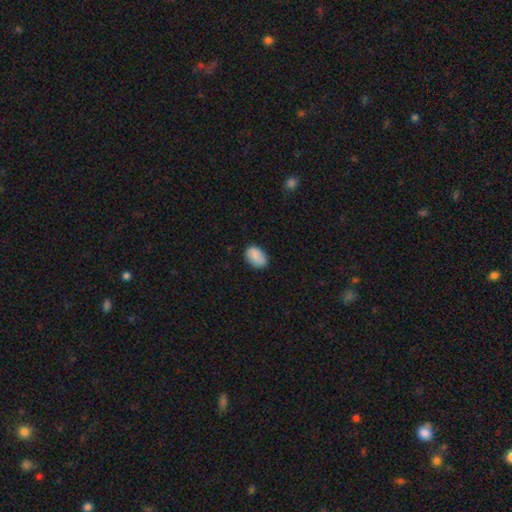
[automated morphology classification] Smooth or featured? Predicted: smooth (p=0.86). How rounded? Predicted: in between (p=0.86). Merging? Predicted: none (p=0.80).